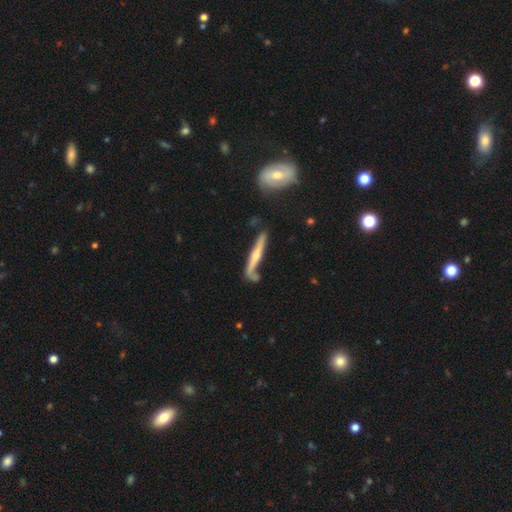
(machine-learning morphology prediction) type=featured or disk (63%); edge-on=yes (90%); edge-on bulge=rounded (72%); merging=none (61%).